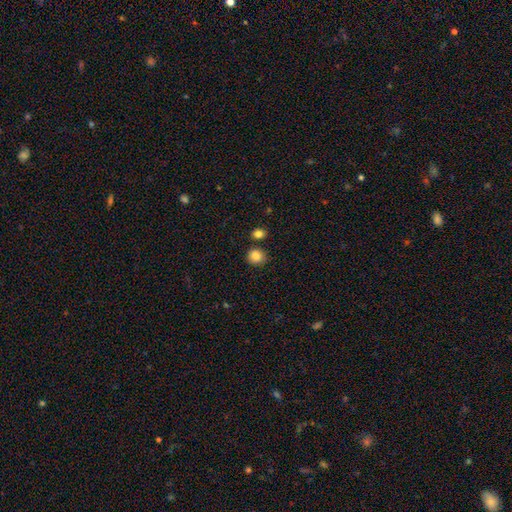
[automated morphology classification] A smooth galaxy with no disk features (85%) that is round (82%).

Vote fractions:
- Smooth or featured? smooth: 85% / star or artifact: 10% / featured or disk: 5%
- How rounded? round: 82% / in between: 17% / cigar-shaped: 1%
- Merging? none: 79% / minor disturbance: 10% / merger: 8% / major disturbance: 2%